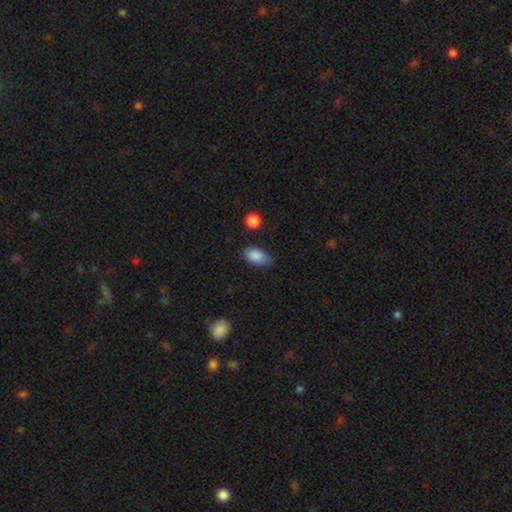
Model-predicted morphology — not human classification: smooth 87%, star or artifact 8%, featured or disk 5%. Down the decision tree: how rounded — in between (90%); merging — none (61%).